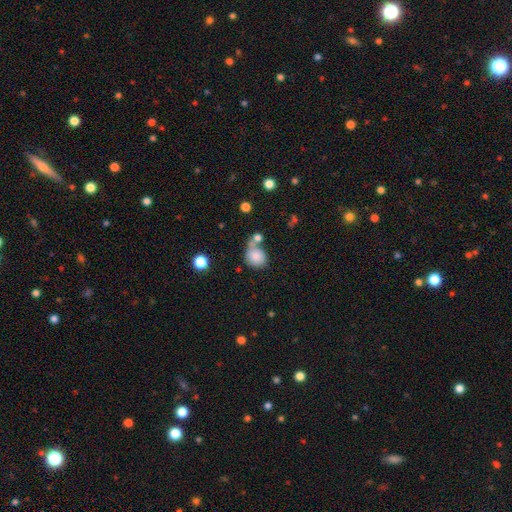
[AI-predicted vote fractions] smooth 80%, featured or disk 11%, star or artifact 9%. Down the decision tree: how rounded — round (71%); merging — merger (39%).